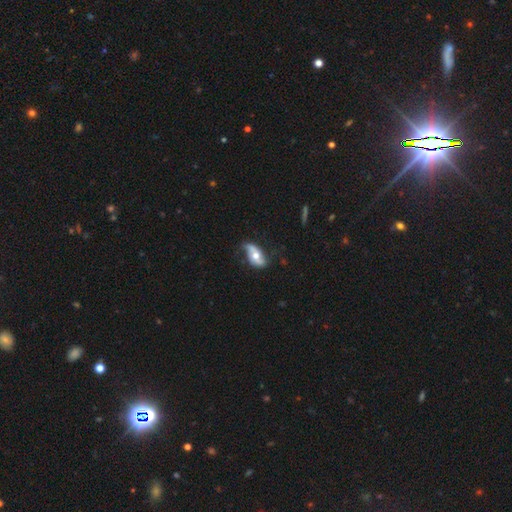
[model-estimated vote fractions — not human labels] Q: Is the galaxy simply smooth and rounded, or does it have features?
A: featured or disk — 67%.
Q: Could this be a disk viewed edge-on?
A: no — 92%.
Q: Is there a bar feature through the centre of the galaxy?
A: no — 61%.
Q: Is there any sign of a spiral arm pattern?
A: yes — 83%.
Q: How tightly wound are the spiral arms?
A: loose — 70%.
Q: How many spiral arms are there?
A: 2 — 87%.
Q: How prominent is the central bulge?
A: moderate — 73%.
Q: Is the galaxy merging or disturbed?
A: none — 57%.